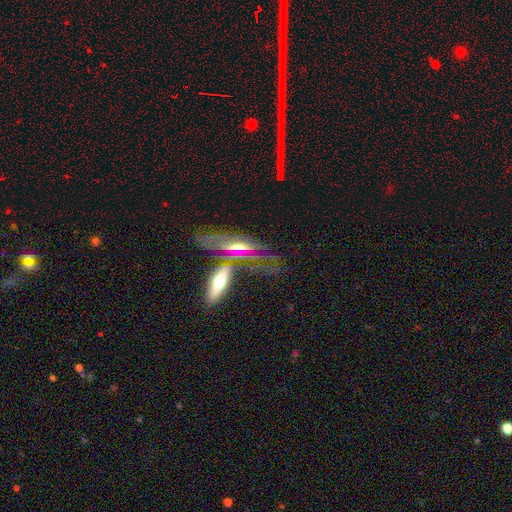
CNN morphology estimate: Smooth or featured: featured or disk — 66% (smooth — 21%)
Edge-on disk: yes — 64% (no — 36%)
Merging: none — 51% (merger — 26%)